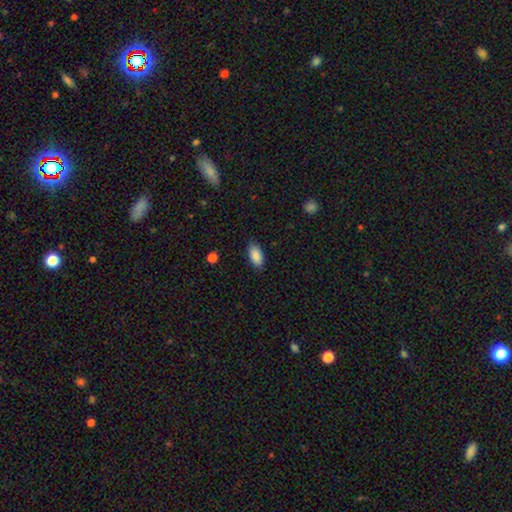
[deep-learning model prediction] A smooth galaxy with no disk features (89%) that is in between round and cigar-shaped (92%).

Vote fractions:
- Smooth or featured? smooth: 89% / star or artifact: 7% / featured or disk: 4%
- How rounded? in between: 92% / cigar-shaped: 5% / round: 2%
- Merging? none: 85% / minor disturbance: 11% / major disturbance: 2% / merger: 1%